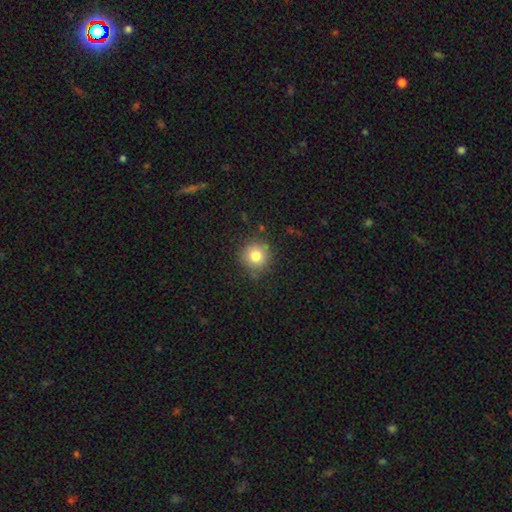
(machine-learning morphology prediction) Smooth or featured: smooth — 81% (star or artifact — 11%)
How rounded: round — 93% (in between — 6%)
Merging: none — 85% (minor disturbance — 10%)